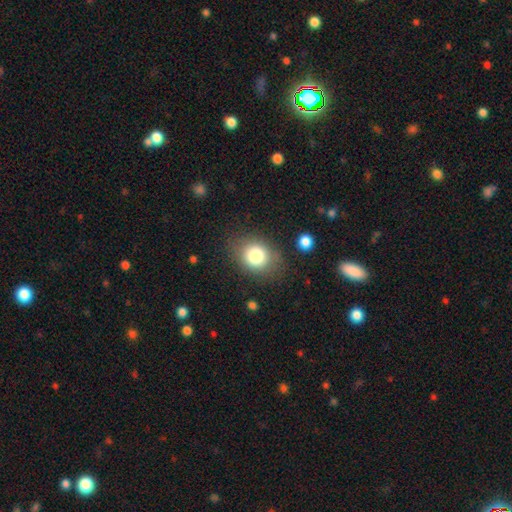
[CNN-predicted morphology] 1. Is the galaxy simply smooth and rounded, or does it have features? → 79% smooth, 11% featured or disk, 10% star or artifact.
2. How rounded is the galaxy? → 52% round, 47% in between, 1% cigar-shaped.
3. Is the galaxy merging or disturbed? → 76% none, 15% minor disturbance, 6% major disturbance, 3% merger.